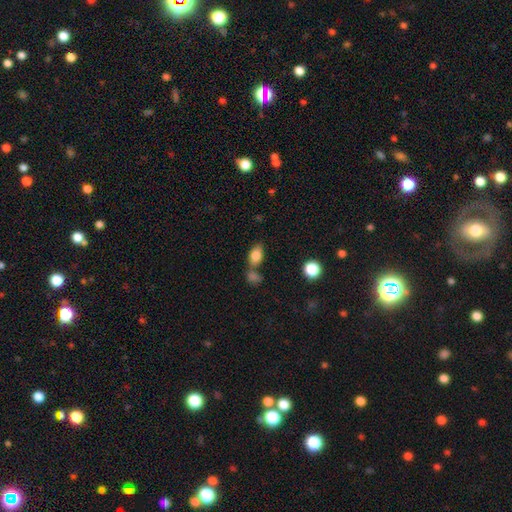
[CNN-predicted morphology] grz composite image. It shows a smooth galaxy with no disk features (81%) that is in between round and cigar-shaped (85%). Merging: none (49%).